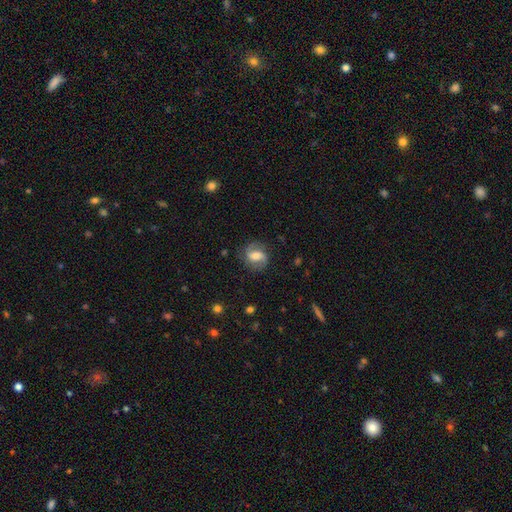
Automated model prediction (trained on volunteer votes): smooth-or-featured: featured or disk: 59% | smooth: 32% | star or artifact: 8%
  disk-edge-on: no: 97% | yes: 3%
    bar: weak: 46% | no: 27% | strong: 27%
    has-spiral-arms: yes: 88% | no: 12%
      spiral-winding: medium: 46% | loose: 32% | tight: 22%
      spiral-arm-count: 2: 83% | can't tell: 7% | 1: 7% | 3: 1% | 4: 1% | more than 4: 1%
    bulge-size: moderate: 46% | large: 24% | small: 20% | none: 7% | dominant: 3%
  merging: none: 73% | minor disturbance: 17% | major disturbance: 8% | merger: 1%